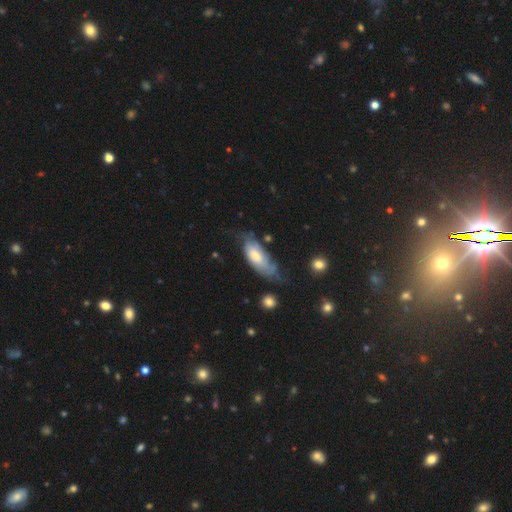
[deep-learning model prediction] A smooth galaxy with no disk features (49%). Merging: none (38%).